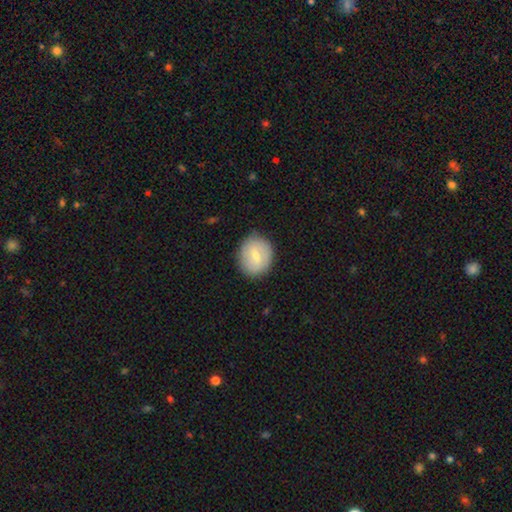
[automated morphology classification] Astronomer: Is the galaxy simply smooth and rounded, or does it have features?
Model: smooth — 64%.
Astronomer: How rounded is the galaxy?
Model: round — 74%.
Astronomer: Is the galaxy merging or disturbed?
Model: none — 84%.